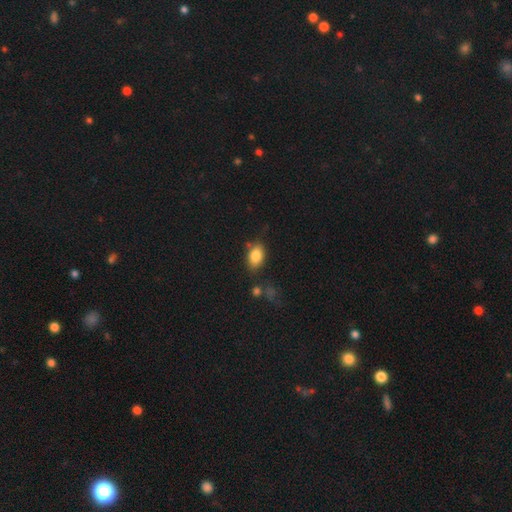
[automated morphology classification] smooth-or-featured: smooth: 85% | star or artifact: 8% | featured or disk: 7%
  how-rounded: in between: 86% | round: 13% | cigar-shaped: 2%
  merging: none: 74% | minor disturbance: 16% | merger: 6% | major disturbance: 4%